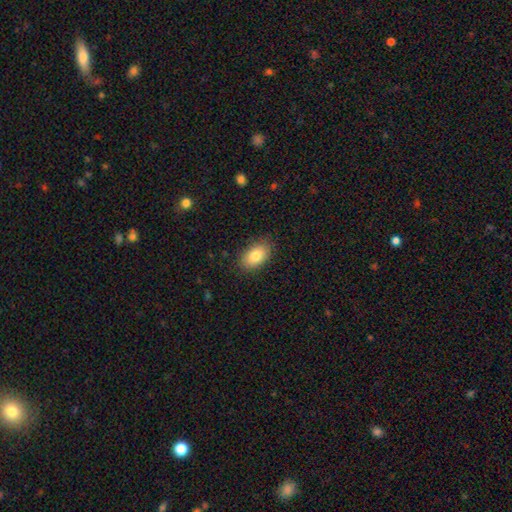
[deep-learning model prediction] The model was most divided on "smooth or featured": smooth: 82%, featured or disk: 10%, star or artifact: 8%. More confident: how rounded — in between (90%); merging — none (86%).